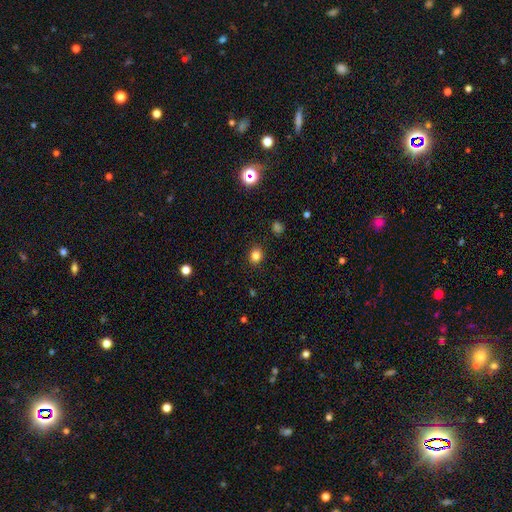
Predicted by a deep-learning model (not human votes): smooth_or_featured: smooth (p=0.83) [alt: star or artifact p=0.12]
how_rounded: round (p=0.59) [alt: in between p=0.40]
merging: none (p=0.88) [alt: minor disturbance p=0.08]